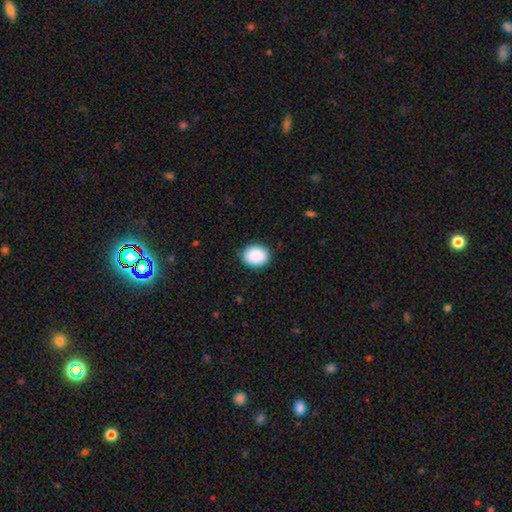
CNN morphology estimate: Smooth or featured: smooth — 90% (star or artifact — 7%)
How rounded: in between — 52% (round — 47%)
Merging: none — 88% (minor disturbance — 9%)